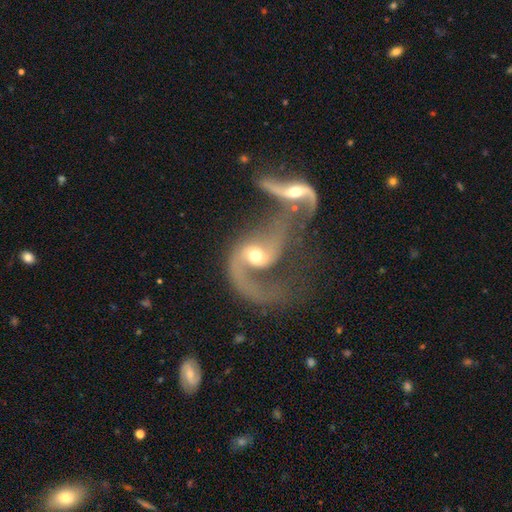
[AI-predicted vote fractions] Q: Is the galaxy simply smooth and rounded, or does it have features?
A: featured or disk — 82%.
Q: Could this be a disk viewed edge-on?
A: no — 97%.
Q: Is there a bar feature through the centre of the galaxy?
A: no — 53%.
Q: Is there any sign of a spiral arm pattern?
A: yes — 92%.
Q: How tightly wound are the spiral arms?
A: loose — 72%.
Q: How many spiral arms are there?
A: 2 — 62%.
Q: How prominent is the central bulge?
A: moderate — 66%.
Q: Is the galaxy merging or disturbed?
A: merger — 60%.